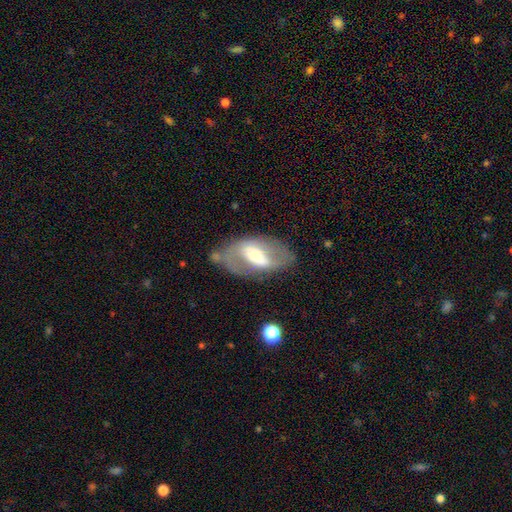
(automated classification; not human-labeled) Smooth or featured? Predicted: featured or disk (p=0.69). Edge-on disk? Predicted: no (p=0.91). Bar? Predicted: strong (p=0.49). Spiral arms? Predicted: yes (p=0.61). Bulge size? Predicted: moderate (p=0.52). Merging? Predicted: none (p=0.60).